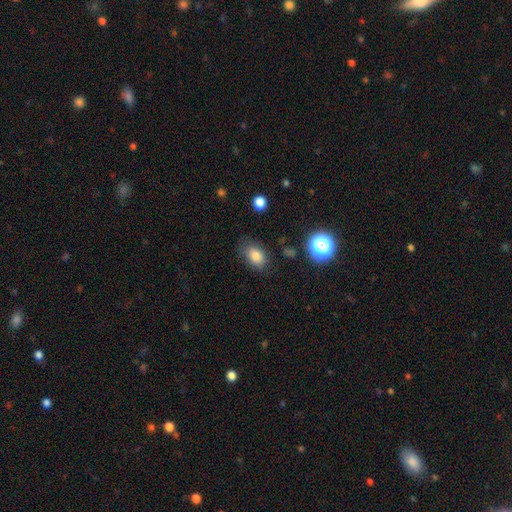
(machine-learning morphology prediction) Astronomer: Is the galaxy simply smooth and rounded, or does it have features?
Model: smooth — 83%.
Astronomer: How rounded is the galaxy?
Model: in between — 82%.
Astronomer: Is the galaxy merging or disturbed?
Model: none — 78%.